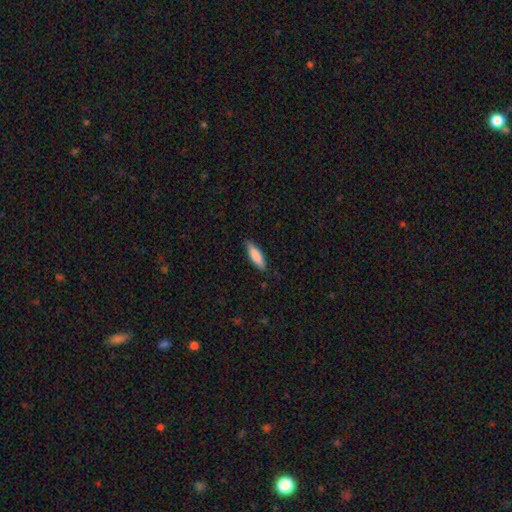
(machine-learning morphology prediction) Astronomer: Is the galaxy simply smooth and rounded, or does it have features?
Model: smooth — 82%.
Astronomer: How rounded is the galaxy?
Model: cigar-shaped — 56% (runner-up: in between, 43%).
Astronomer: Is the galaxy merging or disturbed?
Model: none — 84%.